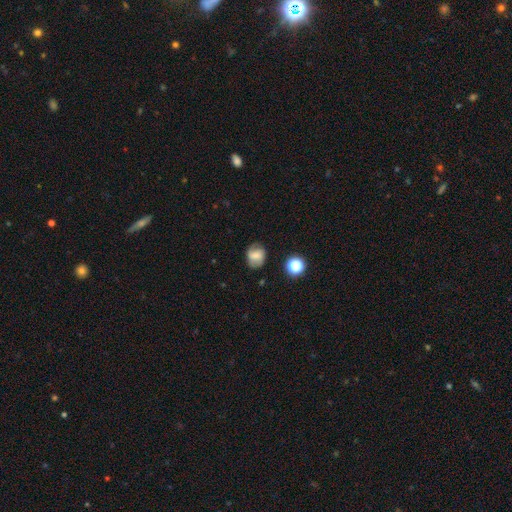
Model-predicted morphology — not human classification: Q: Smooth or featured?
A: smooth (54%); runner-up: featured or disk (34%)
Q: How rounded?
A: round (55%); runner-up: in between (44%)
Q: Merging?
A: none (72%); runner-up: minor disturbance (20%)